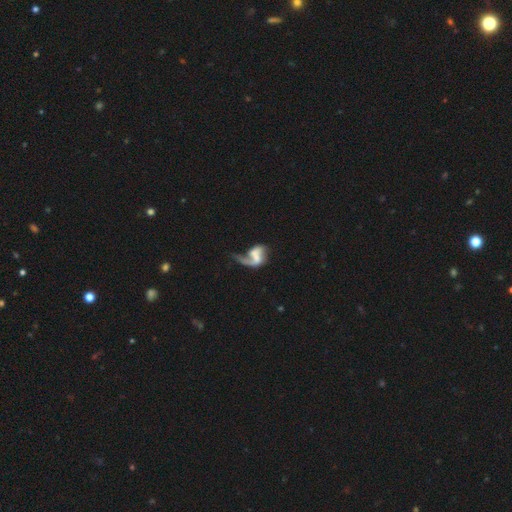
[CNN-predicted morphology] Overall: featured or disk (66%; smooth 26%). Edge-on disk: no (97%). Bar: no (53%; weak 32%). Spiral arms: yes (74%). Bulge size: none (42%; small 25%). Merging: major disturbance (43%; none 24%).